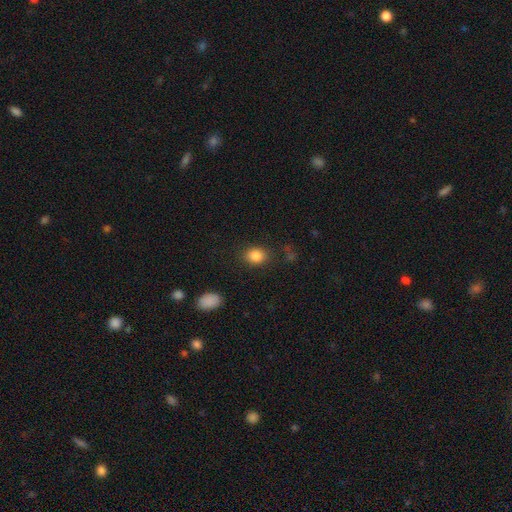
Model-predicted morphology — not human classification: Overall: smooth (85%). How rounded: in between (51%; round 48%). Merging: none (82%).